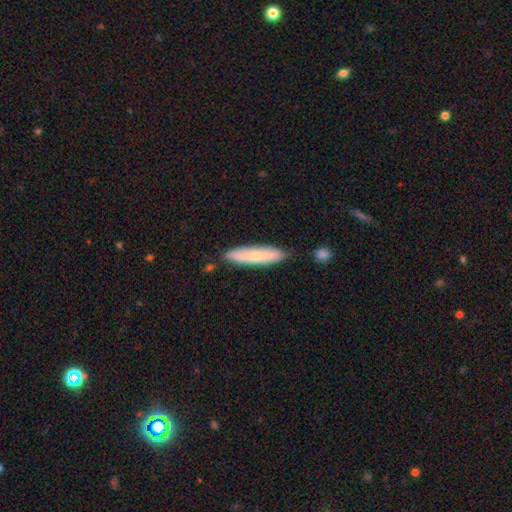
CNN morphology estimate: smooth-or-featured: smooth: 68% | featured or disk: 27% | star or artifact: 6%
  how-rounded: cigar-shaped: 79% | in between: 20% | round: 1%
  merging: none: 80% | minor disturbance: 14% | merger: 3% | major disturbance: 2%